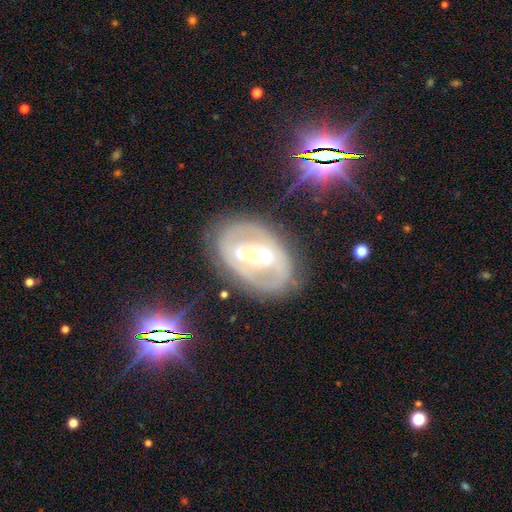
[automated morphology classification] A featured or disk galaxy (78%) with a strong bar (54%), 2 (65%) tight (47%) spiral arms (71%) and a moderate central bulge (50%).

Vote fractions:
- Smooth or featured? featured or disk: 78% / smooth: 13% / star or artifact: 9%
- Edge-on disk? no: 95% / yes: 5%
- Bar? strong: 54% / weak: 32% / no: 14%
- Spiral arms? yes: 71% / no: 29%
- Spiral winding? tight: 47% / medium: 37% / loose: 16%
- Spiral arm count? 2: 65% / can't tell: 22% / 1: 6% / 3: 3% / 4: 2% / more than 4: 1%
- Bulge size? moderate: 50% / small: 29% / large: 15% / none: 4% / dominant: 2%
- Merging? none: 71% / minor disturbance: 17% / major disturbance: 9% / merger: 3%